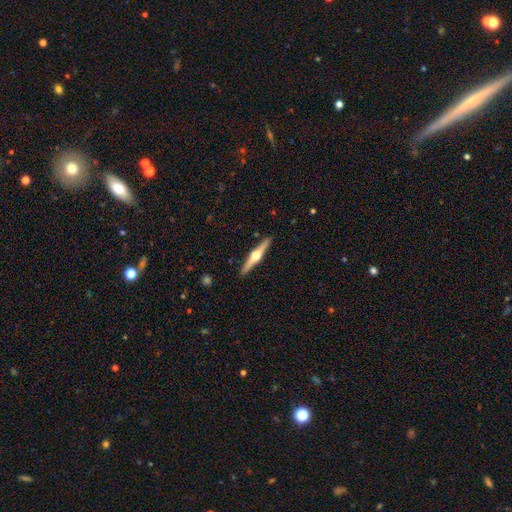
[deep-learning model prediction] Smooth or featured: featured or disk — 77% (smooth — 18%)
Edge-on disk: yes — 98% (no — 2%)
Edge-on bulge: rounded — 96% (boxy — 2%)
Merging: none — 92% (minor disturbance — 6%)